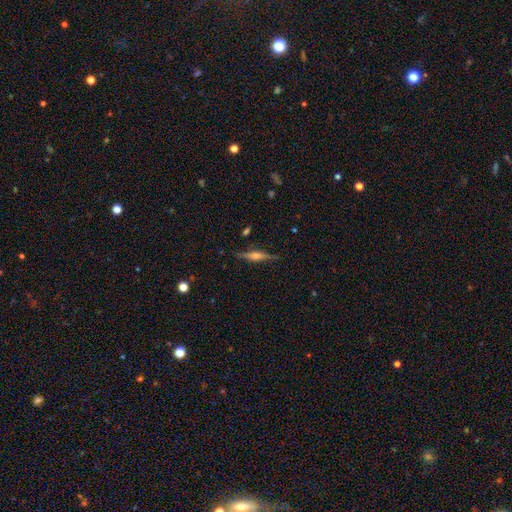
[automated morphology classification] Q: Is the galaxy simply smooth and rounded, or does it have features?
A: featured or disk — 72%.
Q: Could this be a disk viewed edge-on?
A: yes — 97%.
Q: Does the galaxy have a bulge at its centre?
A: rounded — 89%.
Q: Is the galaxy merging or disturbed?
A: none — 86%.